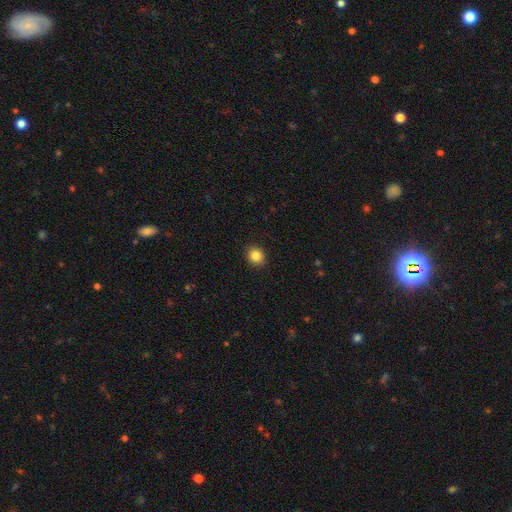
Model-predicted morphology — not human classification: smooth_or_featured: smooth (p=0.86) [alt: star or artifact p=0.10]
how_rounded: round (p=0.73) [alt: in between p=0.27]
merging: none (p=0.91) [alt: minor disturbance p=0.06]